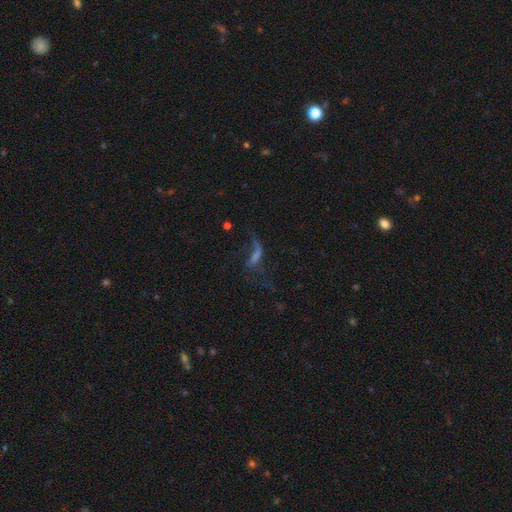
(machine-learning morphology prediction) The model was most divided on "merging": major disturbance: 40%, none: 38%, minor disturbance: 16%, merger: 6%. More confident: edge-on disk — no (85%); smooth or featured — featured or disk (52%).